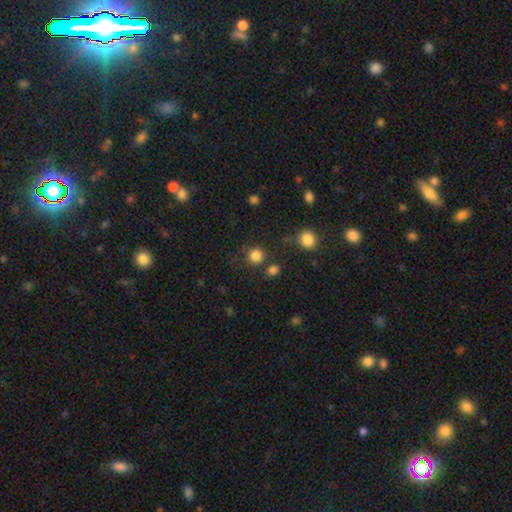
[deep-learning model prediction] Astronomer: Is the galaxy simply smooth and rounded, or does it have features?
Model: smooth — 83%.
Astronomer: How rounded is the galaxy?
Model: round — 91%.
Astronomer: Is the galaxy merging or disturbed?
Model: none — 80%.